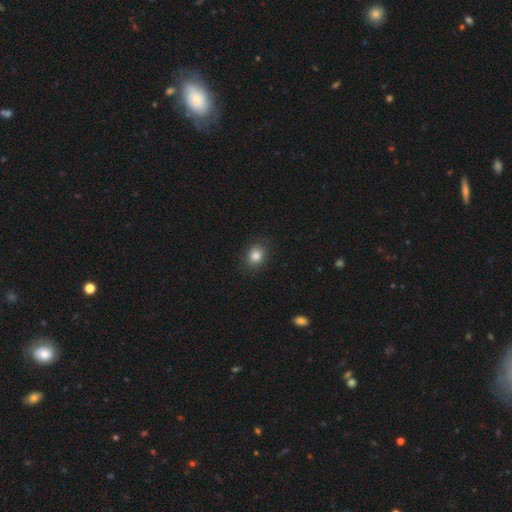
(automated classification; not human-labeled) A smooth galaxy with no disk features (85%) that is round (53%).

Vote fractions:
- Smooth or featured? smooth: 85% / star or artifact: 10% / featured or disk: 5%
- How rounded? round: 53% / in between: 46% / cigar-shaped: 1%
- Merging? none: 86% / minor disturbance: 10% / major disturbance: 3% / merger: 1%